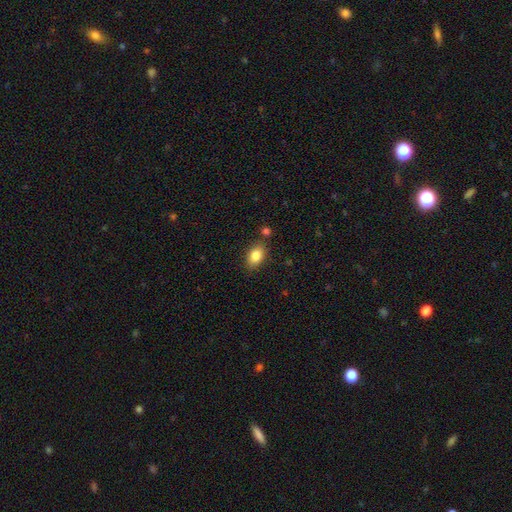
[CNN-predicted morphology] Smooth or featured? smooth (83%)
How rounded? in between (84%)
Merging? none (80%)